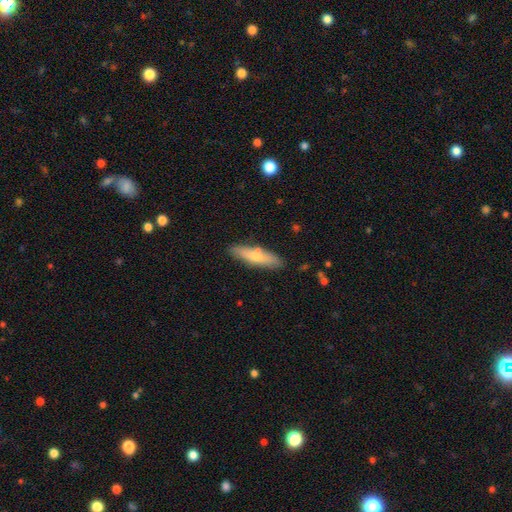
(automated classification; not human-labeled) smooth 58%, featured or disk 35%, star or artifact 6%. Down the decision tree: how rounded — cigar-shaped (71%); merging — none (85%).